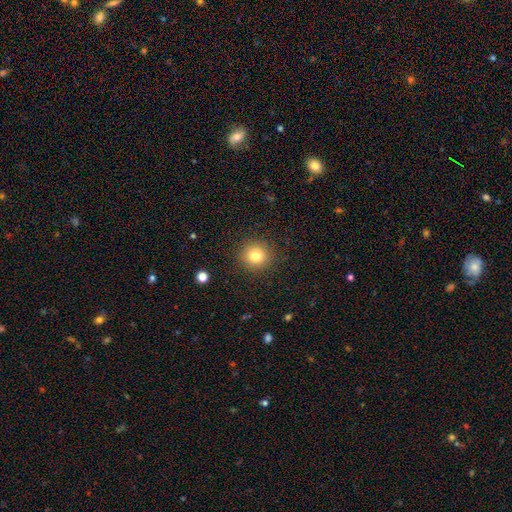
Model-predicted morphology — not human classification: Smooth or featured? smooth (80%)
How rounded? round (93%)
Merging? none (90%)